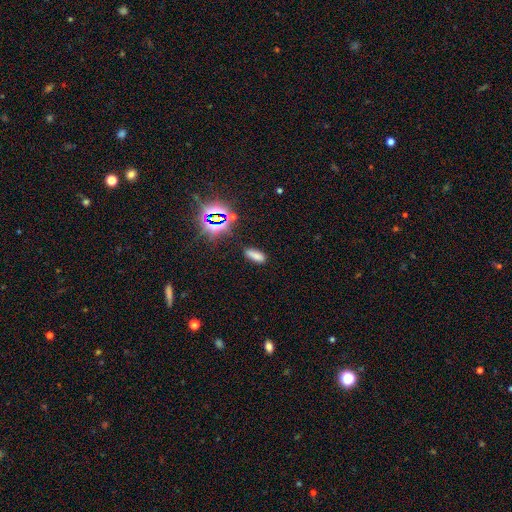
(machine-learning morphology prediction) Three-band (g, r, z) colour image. It shows a smooth galaxy with no disk features (71%) that is in between round and cigar-shaped (70%). Merging: none (83%).